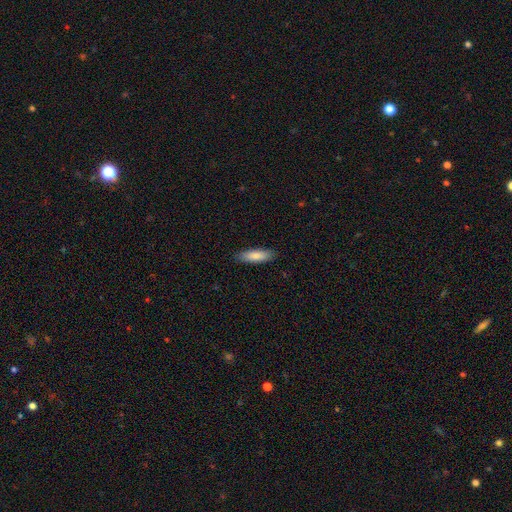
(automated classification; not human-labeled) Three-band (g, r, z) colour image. It shows a smooth galaxy with no disk features (83%) that is cigar-shaped (50%). Merging: none (89%).